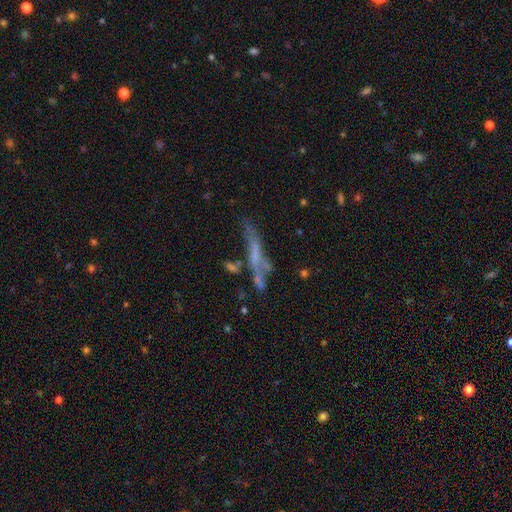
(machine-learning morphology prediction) Overall: featured or disk (50%; smooth 35%). Edge-on disk: no (54%; yes 46%). Merging: none (39%; major disturbance 22%).